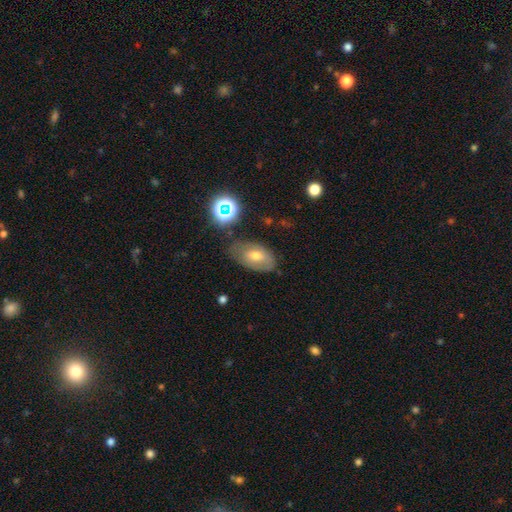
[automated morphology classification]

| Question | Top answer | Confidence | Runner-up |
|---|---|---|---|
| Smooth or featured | smooth | 53% | featured or disk (33%) |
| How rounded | in between | 90% | round (7%) |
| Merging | none | 62% | minor disturbance (27%) |